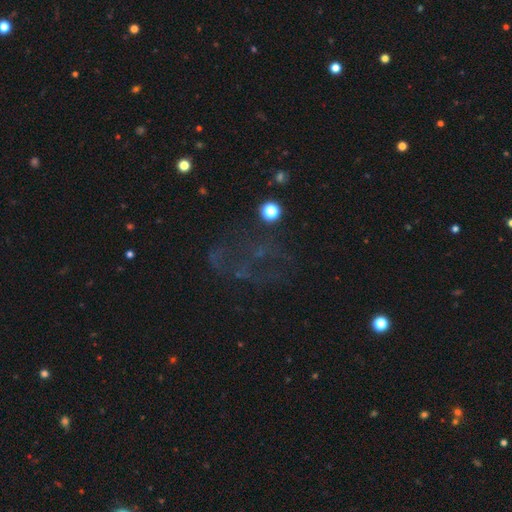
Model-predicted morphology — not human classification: star or artifact 48%, featured or disk 29%, smooth 22%.